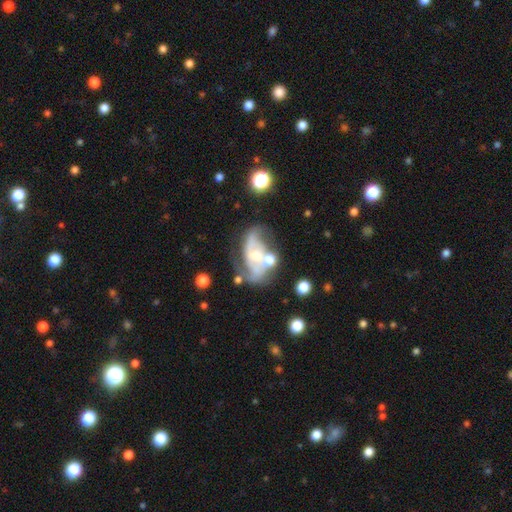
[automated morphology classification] A featured or disk galaxy (79%) with no bar (55%), 2 (82%) loose (44%) spiral arms (89%) and a moderate central bulge (50%).

Vote fractions:
- Smooth or featured? featured or disk: 79% / smooth: 13% / star or artifact: 8%
- Edge-on disk? no: 96% / yes: 4%
- Bar? no: 55% / weak: 33% / strong: 12%
- Spiral arms? yes: 89% / no: 11%
- Spiral winding? loose: 44% / medium: 42% / tight: 14%
- Spiral arm count? 2: 82% / can't tell: 8% / 1: 5% / 3: 2% / 4: 1% / more than 4: 1%
- Bulge size? moderate: 50% / small: 40% / large: 5% / none: 4% / dominant: 1%
- Merging? none: 42% / merger: 20% / minor disturbance: 20% / major disturbance: 18%